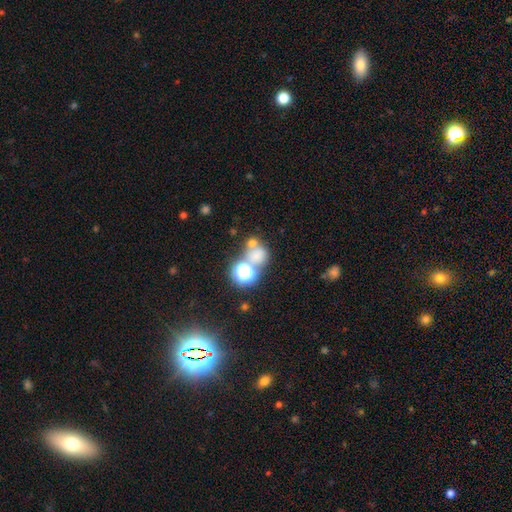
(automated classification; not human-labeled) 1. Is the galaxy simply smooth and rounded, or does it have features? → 62% smooth, 27% star or artifact, 11% featured or disk.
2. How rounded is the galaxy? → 74% round, 25% in between, 1% cigar-shaped.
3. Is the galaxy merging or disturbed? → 45% none, 39% merger, 9% minor disturbance, 7% major disturbance.